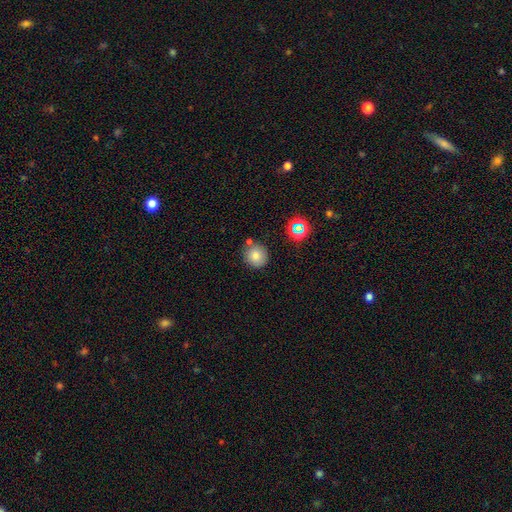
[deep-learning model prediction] Overall: smooth (77%). How rounded: round (90%). Merging: none (76%).